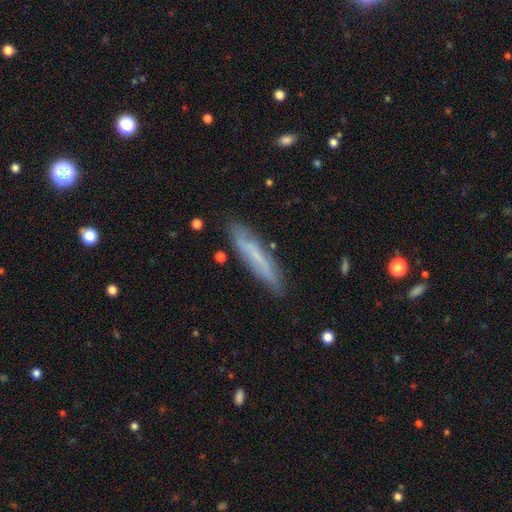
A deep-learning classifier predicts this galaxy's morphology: Overall: smooth (53%; featured or disk 40%). How rounded: cigar-shaped (89%). Merging: none (82%).